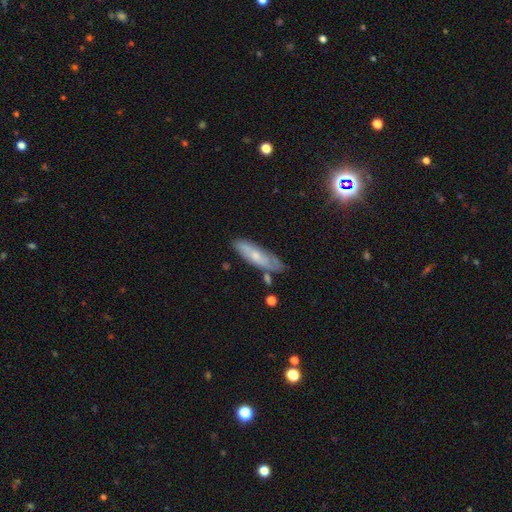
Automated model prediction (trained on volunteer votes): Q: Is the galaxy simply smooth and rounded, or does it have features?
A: smooth — 52%.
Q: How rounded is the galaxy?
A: cigar-shaped — 60%.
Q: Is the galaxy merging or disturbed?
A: none — 67%.